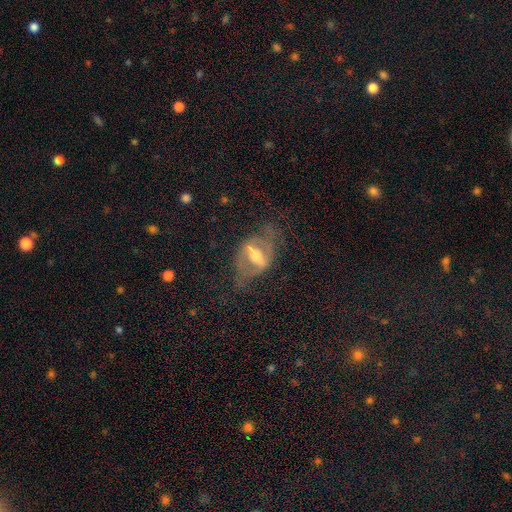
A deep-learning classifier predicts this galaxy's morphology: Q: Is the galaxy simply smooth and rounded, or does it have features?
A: featured or disk — 78%.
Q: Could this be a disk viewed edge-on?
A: no — 86%.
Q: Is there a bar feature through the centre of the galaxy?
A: strong — 57%.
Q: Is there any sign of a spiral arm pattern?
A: yes — 65%.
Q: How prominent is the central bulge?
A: moderate — 60%.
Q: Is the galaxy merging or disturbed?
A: none — 56%.